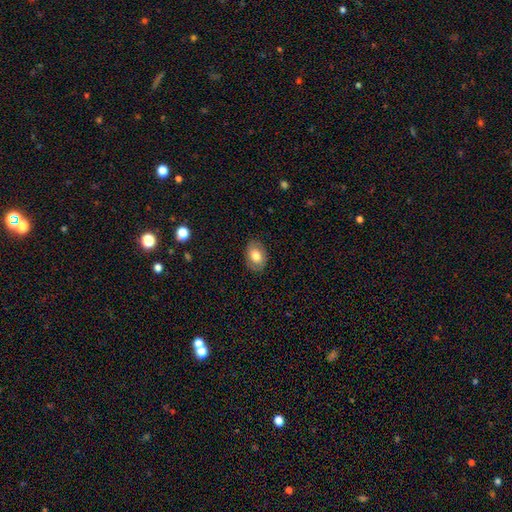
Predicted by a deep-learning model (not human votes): This is likely a smooth galaxy (76%). How rounded: likely in between (78%). Merging: clearly none (85%).